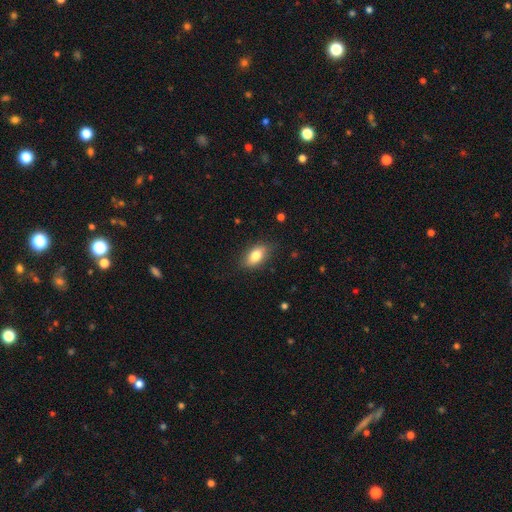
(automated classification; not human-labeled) smooth 79%, featured or disk 13%, star or artifact 8%. Down the decision tree: how rounded — in between (87%); merging — none (83%).